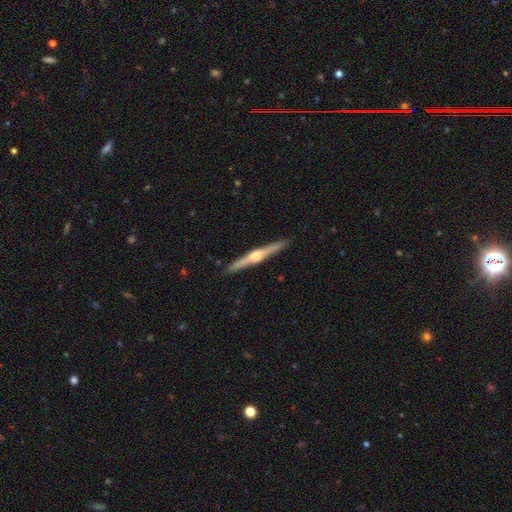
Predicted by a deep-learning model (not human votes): Smooth or featured: featured or disk — 80% (smooth — 15%)
Edge-on disk: yes — 98% (no — 2%)
Edge-on bulge: rounded — 90% (boxy — 6%)
Merging: none — 92% (minor disturbance — 5%)